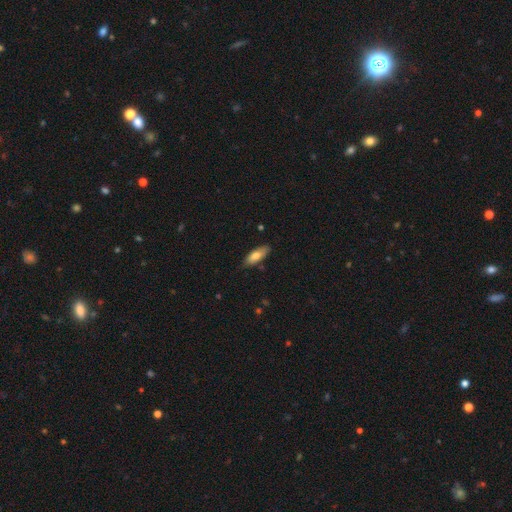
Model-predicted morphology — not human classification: A smooth galaxy with no disk features (75%) that is in between round and cigar-shaped (69%). Merging: none (81%).